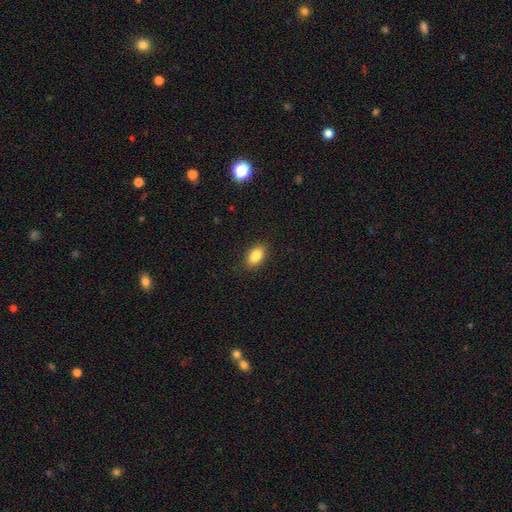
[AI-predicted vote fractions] This appears to be a smooth galaxy with no disk features (86%) that is in between round and cigar-shaped (91%). Merging: none (88%).